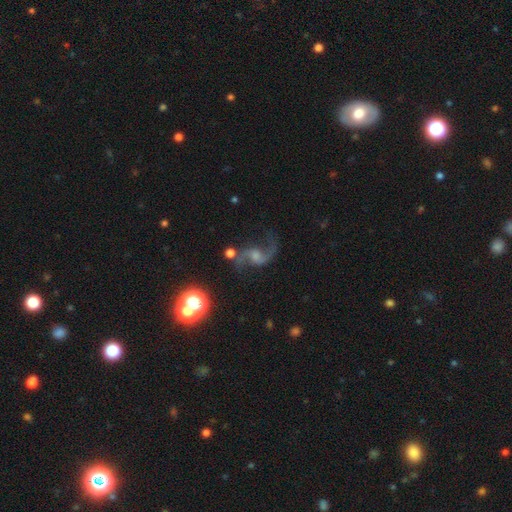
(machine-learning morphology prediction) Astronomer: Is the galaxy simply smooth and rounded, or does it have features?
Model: featured or disk — 84%.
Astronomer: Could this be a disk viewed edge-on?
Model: no — 97%.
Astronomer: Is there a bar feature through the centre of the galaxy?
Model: no — 49% (runner-up: weak, 39%).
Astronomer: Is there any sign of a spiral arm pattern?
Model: yes — 96%.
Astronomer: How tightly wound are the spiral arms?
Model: loose — 75%.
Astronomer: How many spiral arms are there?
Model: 2 — 91%.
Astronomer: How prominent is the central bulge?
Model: small — 41% (runner-up: moderate, 36%).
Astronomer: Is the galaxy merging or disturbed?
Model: none — 66%.